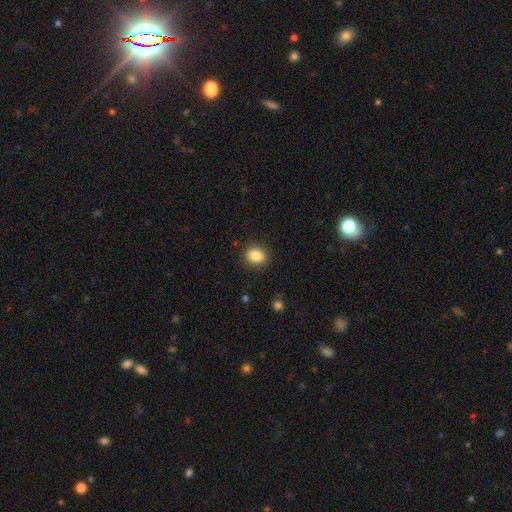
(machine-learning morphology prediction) This appears to be a smooth galaxy with no disk features (86%) that is round (51%). Merging: none (88%).